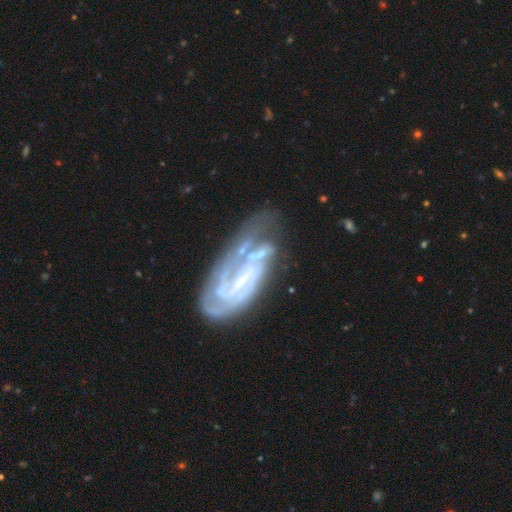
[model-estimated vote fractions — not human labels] A featured or disk galaxy (77%) with a weak bar (36%), 2 (35%) tight (46%) spiral arms (79%) and a small central bulge (40%).

Vote fractions:
- Smooth or featured? featured or disk: 77% / smooth: 14% / star or artifact: 9%
- Edge-on disk? no: 93% / yes: 7%
- Bar? weak: 36% / strong: 33% / no: 31%
- Spiral arms? yes: 79% / no: 21%
- Spiral winding? tight: 46% / medium: 38% / loose: 16%
- Spiral arm count? 2: 35% / can't tell: 33% / 3: 15% / 1: 7% / 4: 6% / more than 4: 5%
- Bulge size? small: 40% / moderate: 31% / none: 23% / large: 4% / dominant: 2%
- Merging? none: 39% / major disturbance: 25% / minor disturbance: 23% / merger: 13%